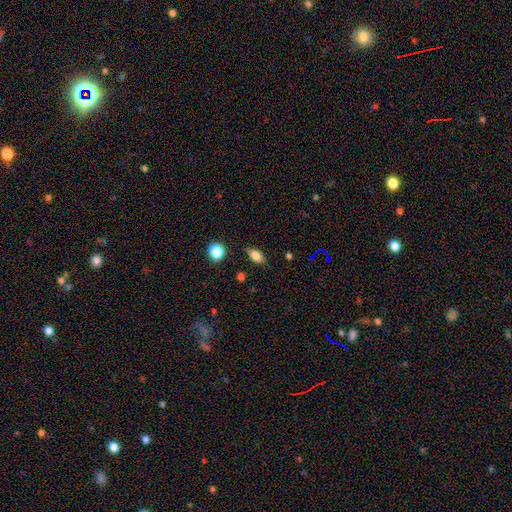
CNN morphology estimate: The model was most divided on "smooth or featured": smooth: 80%, star or artifact: 10%, featured or disk: 10%. More confident: how rounded — in between (84%); merging — none (83%).